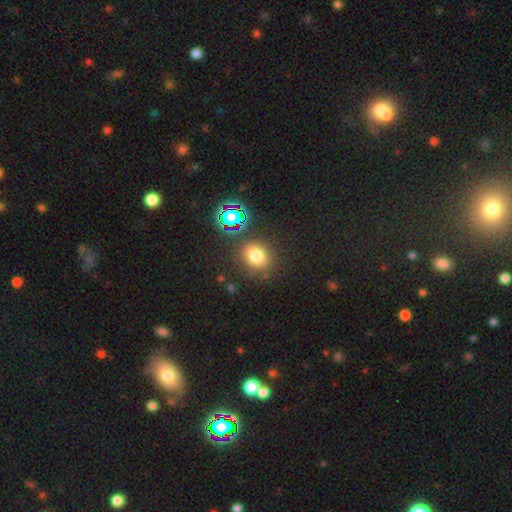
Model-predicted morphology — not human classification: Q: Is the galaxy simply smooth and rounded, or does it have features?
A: smooth — 73%.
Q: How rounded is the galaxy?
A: round — 62%.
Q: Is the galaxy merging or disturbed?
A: none — 82%.